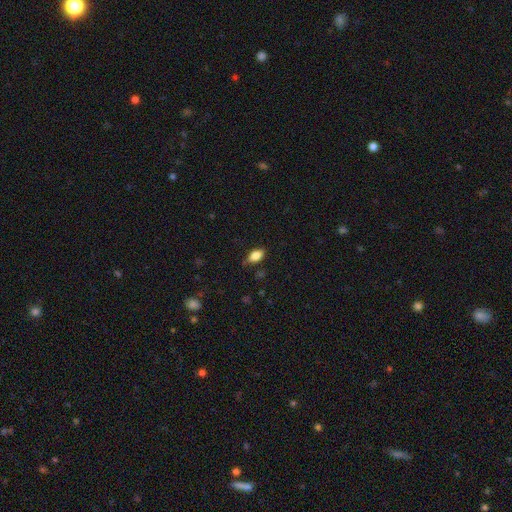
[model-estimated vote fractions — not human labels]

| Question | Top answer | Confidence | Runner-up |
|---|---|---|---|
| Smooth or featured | smooth | 82% | featured or disk (10%) |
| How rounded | in between | 88% | cigar-shaped (6%) |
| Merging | none | 73% | minor disturbance (21%) |